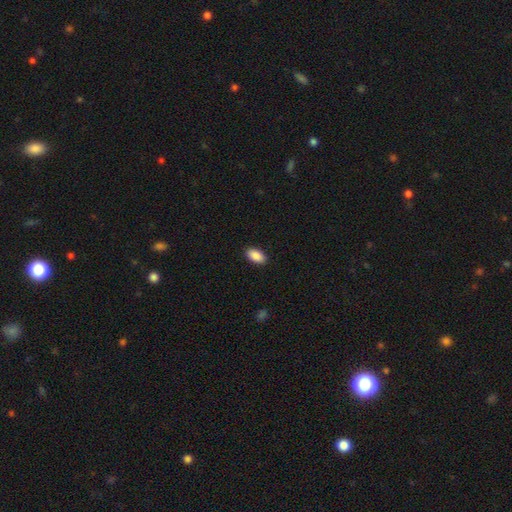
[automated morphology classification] smooth-or-featured: smooth: 90% | star or artifact: 7% | featured or disk: 3%
  how-rounded: in between: 94% | cigar-shaped: 3% | round: 3%
  merging: none: 90% | minor disturbance: 7% | major disturbance: 2% | merger: 1%